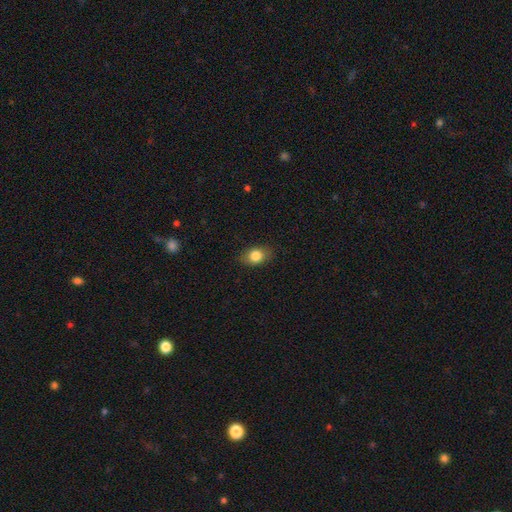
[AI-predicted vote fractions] A smooth galaxy with no disk features (82%) that is in between round and cigar-shaped (71%).

Vote fractions:
- Smooth or featured? smooth: 82% / featured or disk: 9% / star or artifact: 8%
- How rounded? in between: 71% / round: 27% / cigar-shaped: 2%
- Merging? none: 84% / minor disturbance: 12% / major disturbance: 3% / merger: 1%